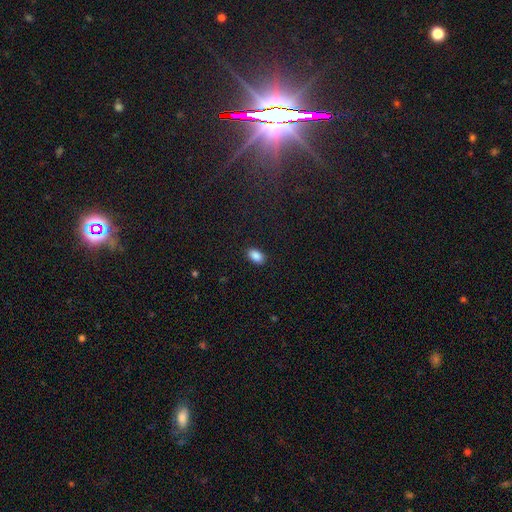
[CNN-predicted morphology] smooth 88%, star or artifact 8%, featured or disk 3%. Down the decision tree: how rounded — in between (91%); merging — none (88%).